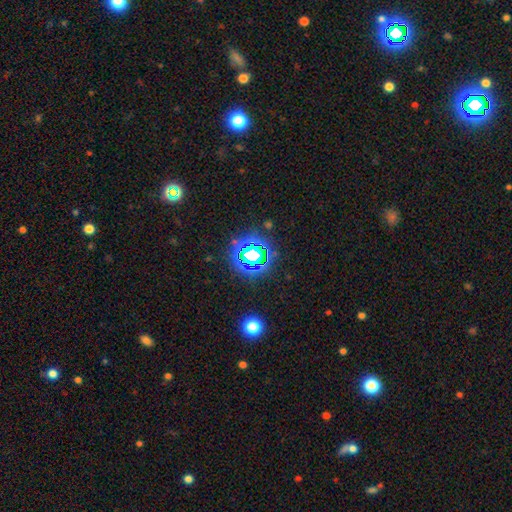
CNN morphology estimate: Smooth or featured? star or artifact (70%)